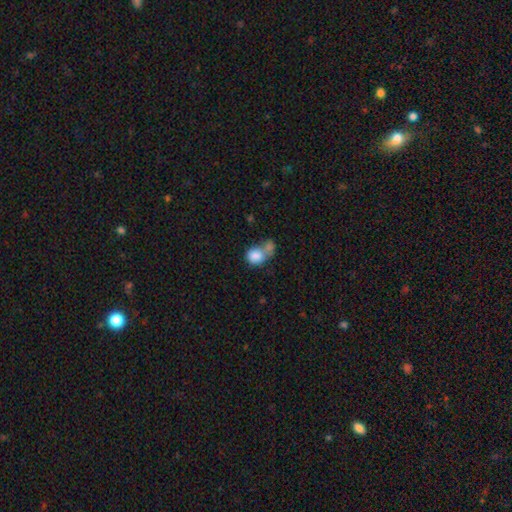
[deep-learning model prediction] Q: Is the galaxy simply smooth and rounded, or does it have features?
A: smooth — 83%.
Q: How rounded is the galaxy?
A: round — 65%.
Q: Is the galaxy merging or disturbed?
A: merger — 55%.